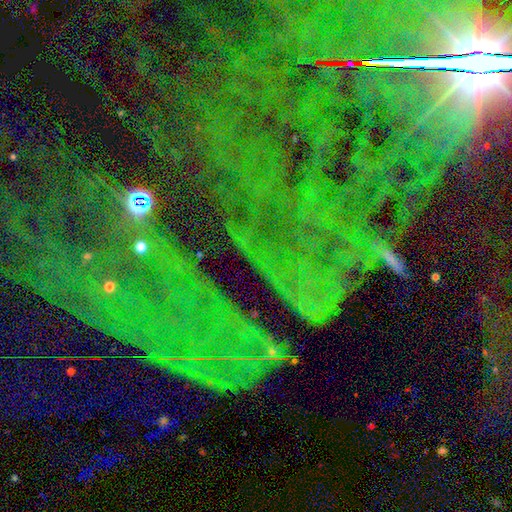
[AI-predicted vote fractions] This appears to be a star or artifact, not a galaxy (82%).